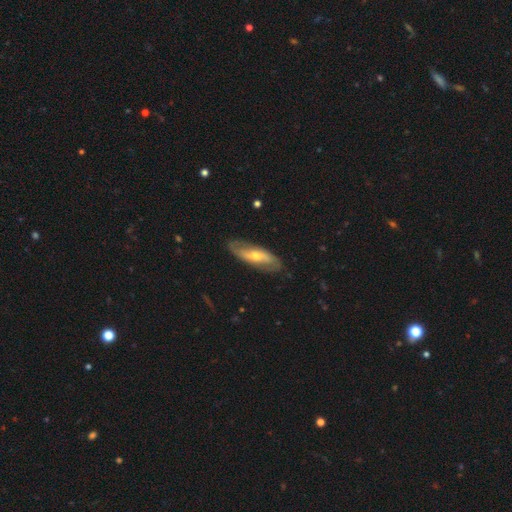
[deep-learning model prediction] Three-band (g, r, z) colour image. It shows a featured or disk galaxy (69%) with a weak bar (37%), spiral arms (77%) and a moderate central bulge (56%). Merging: none (81%).